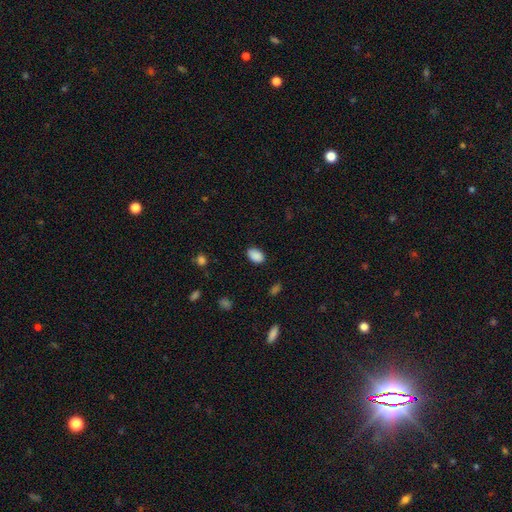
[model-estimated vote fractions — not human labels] Smooth or featured?
  - smooth: 89% *
  - star or artifact: 8%
  - featured or disk: 3%
How rounded?
  - in between: 88% *
  - round: 11%
  - cigar-shaped: 1%
Merging?
  - none: 84% *
  - minor disturbance: 12%
  - major disturbance: 3%
  - merger: 1%